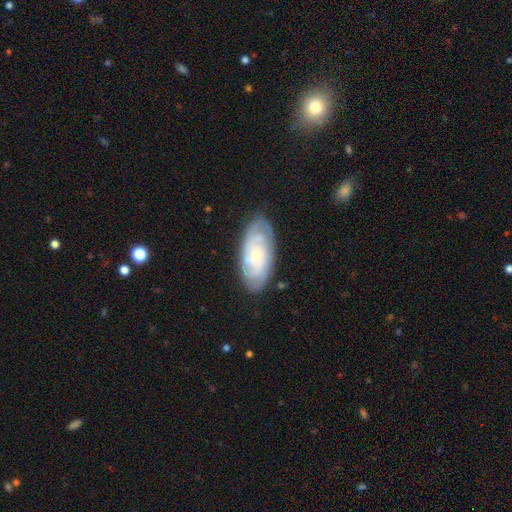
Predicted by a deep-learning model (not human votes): Q: Smooth or featured?
A: featured or disk (74%); runner-up: smooth (20%)
Q: Edge-on disk?
A: no (94%); runner-up: yes (6%)
Q: Bar?
A: no (74%); runner-up: weak (22%)
Q: Spiral arms?
A: yes (93%); runner-up: no (7%)
Q: Spiral winding?
A: tight (74%); runner-up: medium (22%)
Q: Spiral arm count?
A: can't tell (41%); runner-up: 2 (21%)
Q: Bulge size?
A: small (74%); runner-up: moderate (20%)
Q: Merging?
A: none (81%); runner-up: minor disturbance (15%)